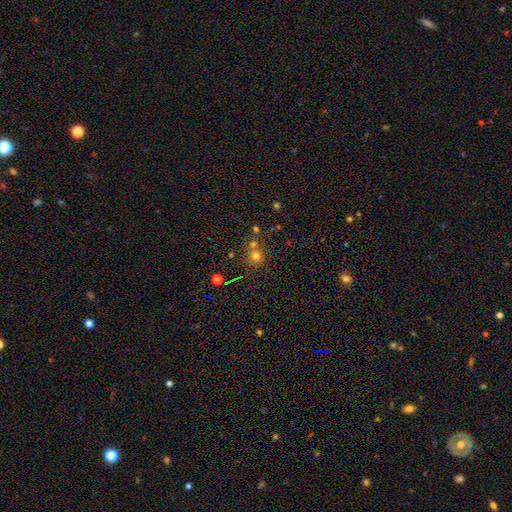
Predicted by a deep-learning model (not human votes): Smooth or featured? Predicted: smooth (p=0.69). How rounded? Predicted: round (p=0.90). Merging? Predicted: none (p=0.64).